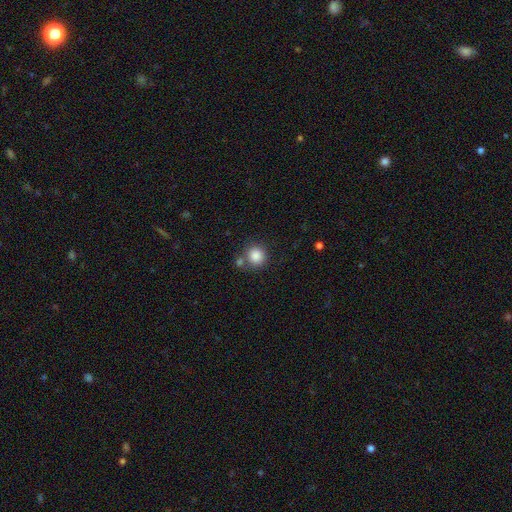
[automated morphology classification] smooth 85%, star or artifact 10%, featured or disk 5%. Down the decision tree: how rounded — round (90%); merging — none (70%).